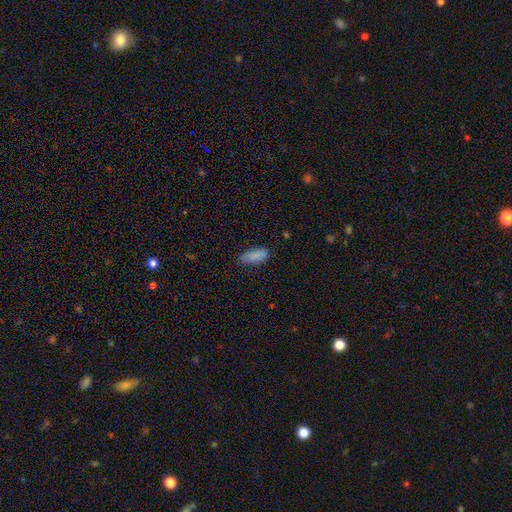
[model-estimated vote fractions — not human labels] A smooth galaxy with no disk features (84%) that is in between round and cigar-shaped (80%).

Vote fractions:
- Smooth or featured? smooth: 84% / star or artifact: 8% / featured or disk: 8%
- How rounded? in between: 80% / cigar-shaped: 18% / round: 2%
- Merging? none: 66% / minor disturbance: 27% / major disturbance: 6% / merger: 2%